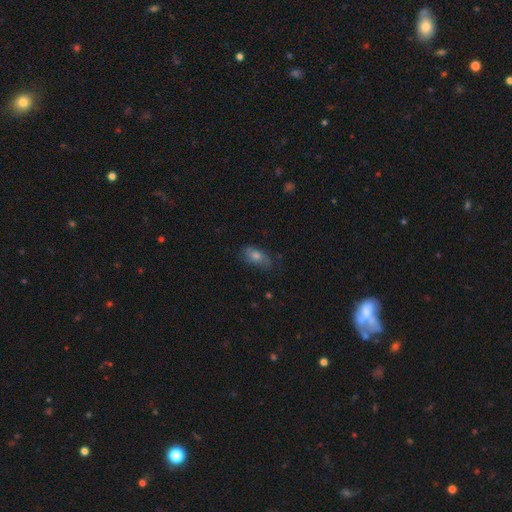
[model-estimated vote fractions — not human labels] Smooth or featured? Predicted: smooth (p=0.61). How rounded? Predicted: in between (p=0.82). Merging? Predicted: none (p=0.71).